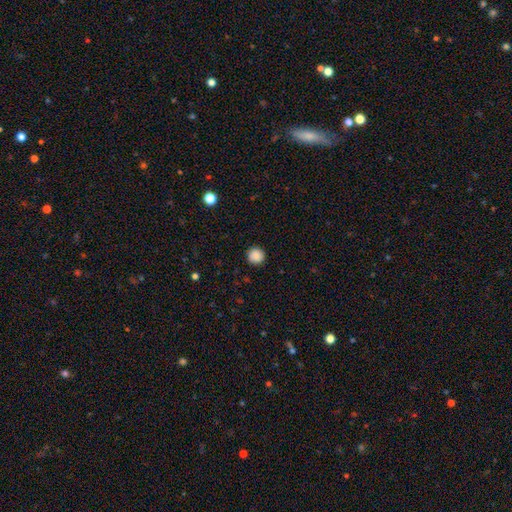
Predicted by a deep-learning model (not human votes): Smooth or featured: smooth — 88% (star or artifact — 10%)
How rounded: round — 95% (in between — 4%)
Merging: none — 92% (minor disturbance — 5%)